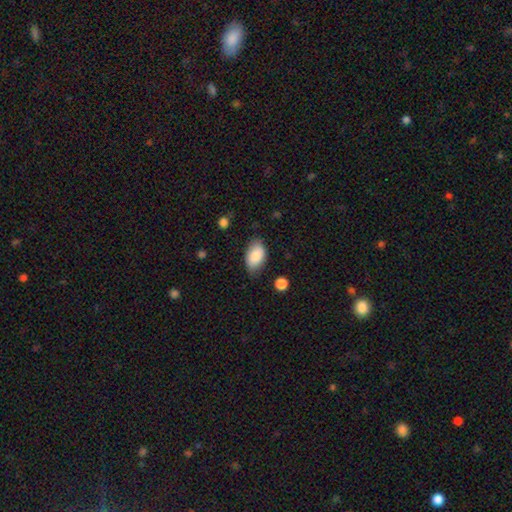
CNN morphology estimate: Smooth or featured?
  - smooth: 86% *
  - featured or disk: 8%
  - star or artifact: 6%
How rounded?
  - in between: 93% *
  - round: 6%
  - cigar-shaped: 1%
Merging?
  - none: 72% *
  - minor disturbance: 22%
  - major disturbance: 4%
  - merger: 2%